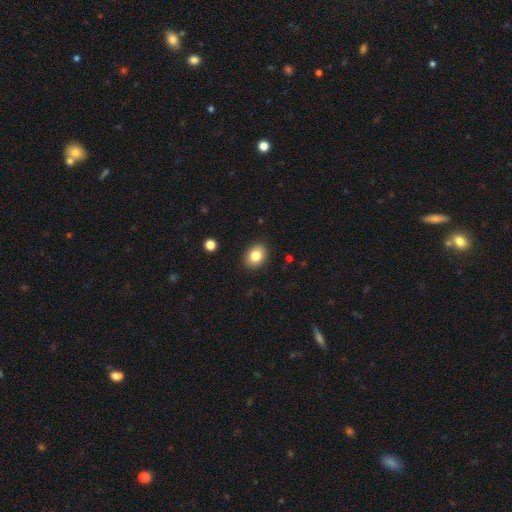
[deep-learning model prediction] smooth 83%, star or artifact 9%, featured or disk 8%. Down the decision tree: how rounded — in between (65%); merging — none (89%).